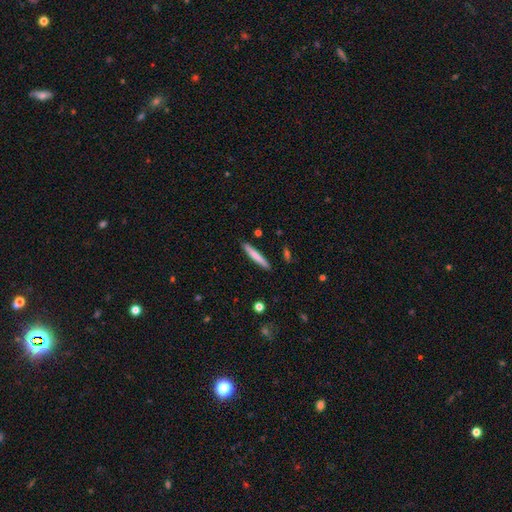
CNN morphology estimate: type=smooth (71%); roundness=cigar-shaped (95%); merging=none (90%).